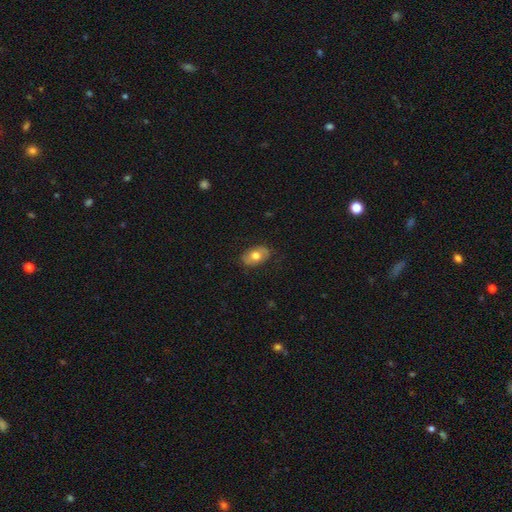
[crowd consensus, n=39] Volunteers were most divided on "smooth or featured": smooth: 67%, featured or disk: 26%, star or artifact: 8%. More confident: how rounded — in between (92%); merging — none (78%).